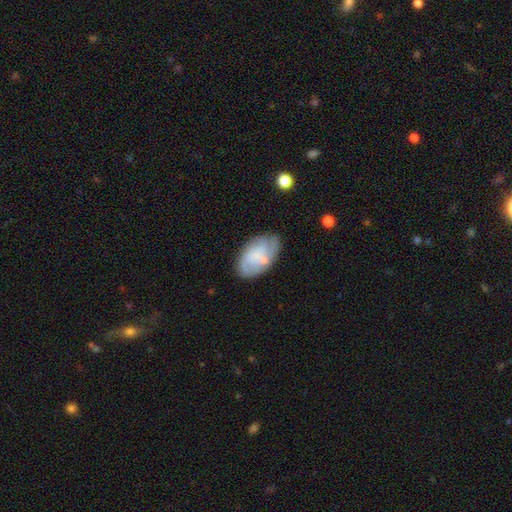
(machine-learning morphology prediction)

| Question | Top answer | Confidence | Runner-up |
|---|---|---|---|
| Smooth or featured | featured or disk | 51% | smooth (41%) |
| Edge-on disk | no | 96% | yes (4%) |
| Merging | none | 64% | minor disturbance (22%) |